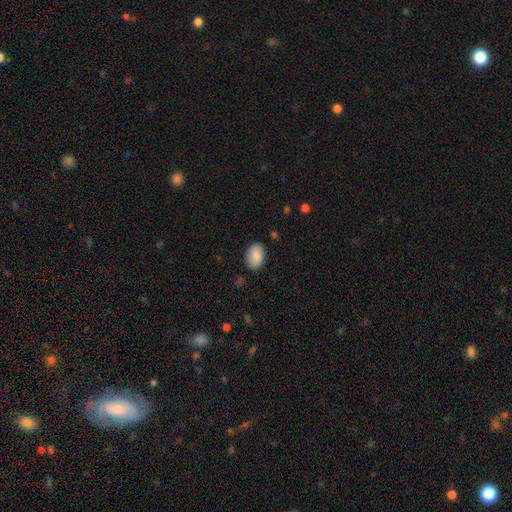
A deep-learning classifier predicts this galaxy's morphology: A smooth galaxy with no disk features (89%) that is in between round and cigar-shaped (89%).

Vote fractions:
- Smooth or featured? smooth: 89% / star or artifact: 6% / featured or disk: 5%
- How rounded? in between: 89% / round: 10% / cigar-shaped: 1%
- Merging? none: 85% / minor disturbance: 11% / major disturbance: 3% / merger: 1%